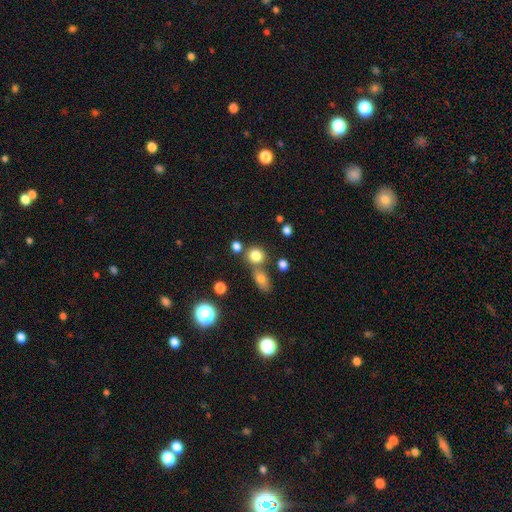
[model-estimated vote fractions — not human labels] This is likely a smooth galaxy (78%). How rounded: clearly round (81%). Merging: likely none (62%).